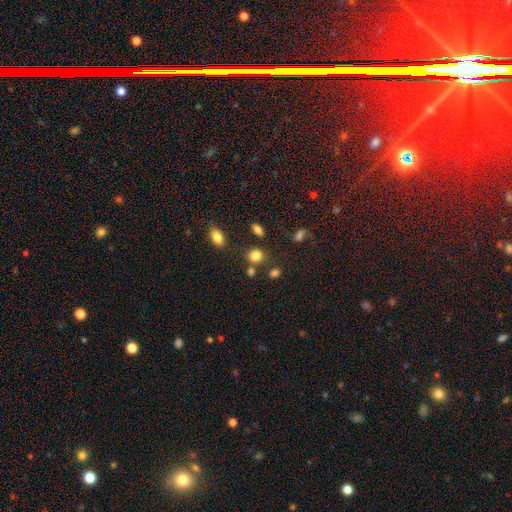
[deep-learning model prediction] This appears to be a smooth galaxy with no disk features (81%) that is round (64%). Merging: none (70%).